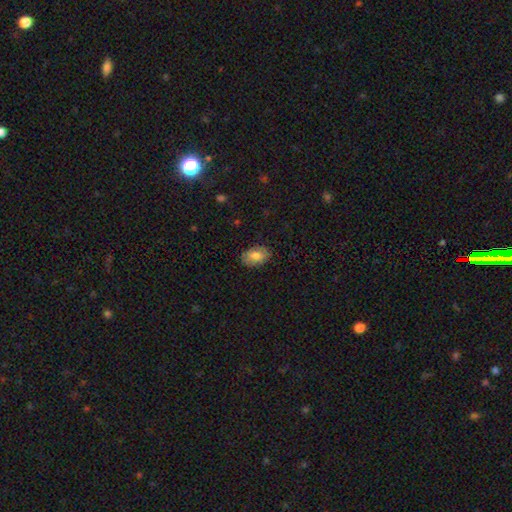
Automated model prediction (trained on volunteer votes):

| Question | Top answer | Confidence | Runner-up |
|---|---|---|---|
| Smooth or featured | smooth | 76% | featured or disk (16%) |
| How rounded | in between | 88% | round (11%) |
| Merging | none | 84% | minor disturbance (13%) |